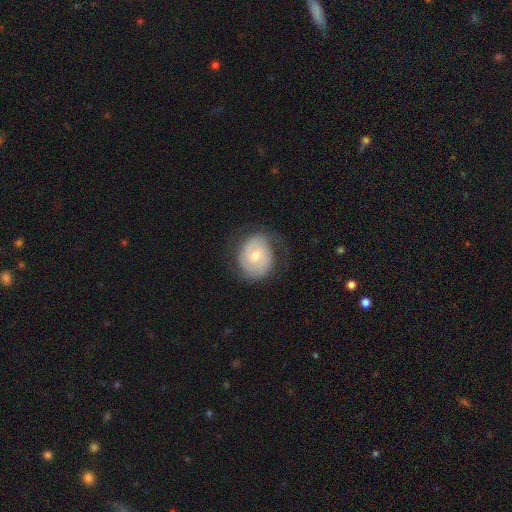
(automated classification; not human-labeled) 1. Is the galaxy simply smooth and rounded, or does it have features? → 64% featured or disk, 30% smooth, 6% star or artifact.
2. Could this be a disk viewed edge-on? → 97% no, 3% yes.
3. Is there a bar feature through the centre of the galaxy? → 47% no, 46% weak, 7% strong.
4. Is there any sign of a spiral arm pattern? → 86% yes, 14% no.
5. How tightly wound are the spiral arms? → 53% tight, 34% medium, 13% loose.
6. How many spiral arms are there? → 63% 2, 21% can't tell, 7% 1, 5% 3, 2% 4, 2% more than 4.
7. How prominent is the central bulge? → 61% moderate, 33% small, 3% large, 2% none, 1% dominant.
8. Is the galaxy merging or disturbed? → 64% none, 23% minor disturbance, 12% major disturbance, 1% merger.